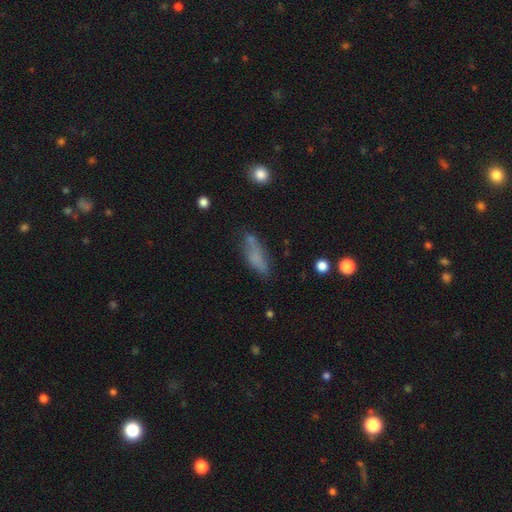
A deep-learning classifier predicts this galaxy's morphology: Smooth or featured? Predicted: smooth (p=0.64). How rounded? Predicted: in between (p=0.49). Merging? Predicted: none (p=0.56).